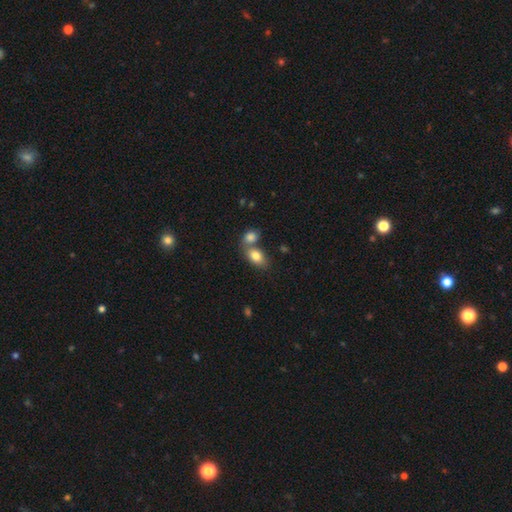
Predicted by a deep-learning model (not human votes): smooth-or-featured: smooth: 81% | featured or disk: 11% | star or artifact: 8%
  how-rounded: in between: 85% | round: 13% | cigar-shaped: 2%
  merging: merger: 47% | none: 40% | minor disturbance: 9% | major disturbance: 3%